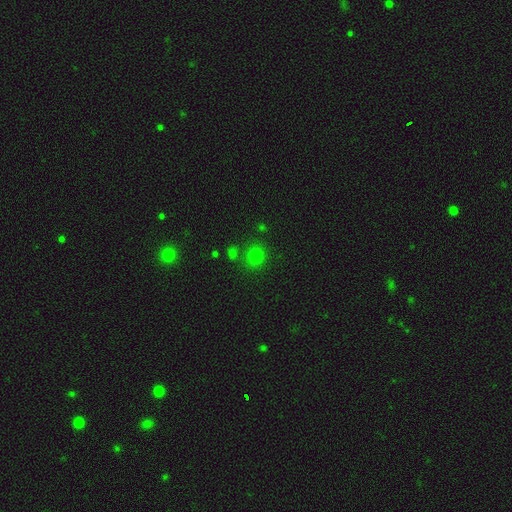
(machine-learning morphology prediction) smooth 73%, star or artifact 20%, featured or disk 6%. Down the decision tree: how rounded — round (88%); merging — none (77%).